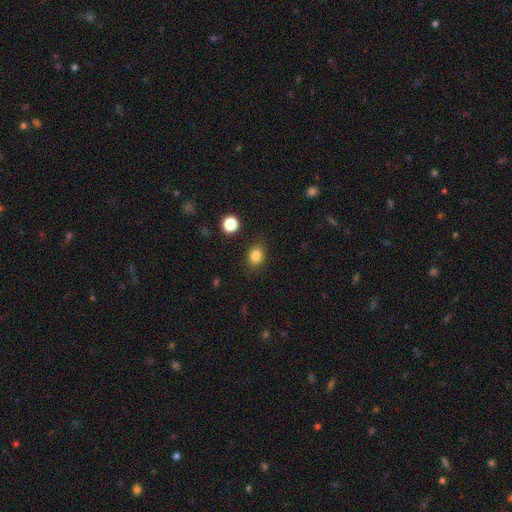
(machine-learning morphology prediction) Q: Smooth or featured?
A: smooth (83%); runner-up: star or artifact (12%)
Q: How rounded?
A: in between (51%); runner-up: round (48%)
Q: Merging?
A: none (84%); runner-up: minor disturbance (11%)